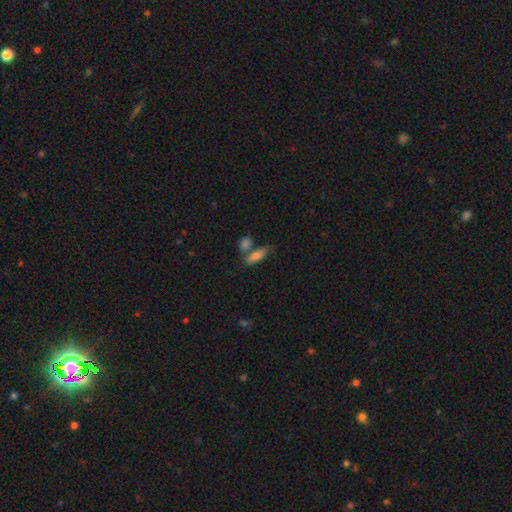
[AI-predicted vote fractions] Smooth or featured? Predicted: smooth (p=0.75). How rounded? Predicted: in between (p=0.59). Merging? Predicted: none (p=0.50).